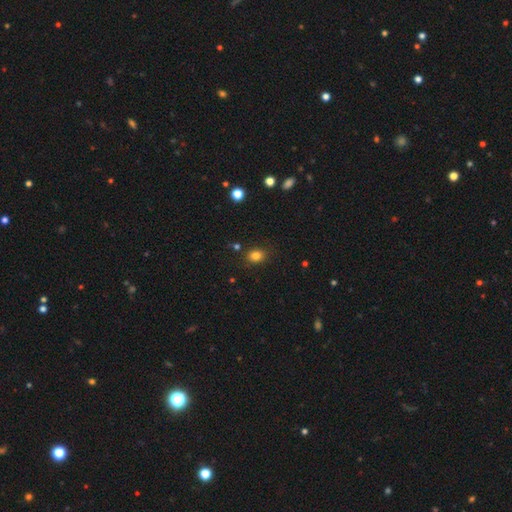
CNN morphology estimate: Overall: smooth (81%). How rounded: in between (52%; round 47%). Merging: none (83%).